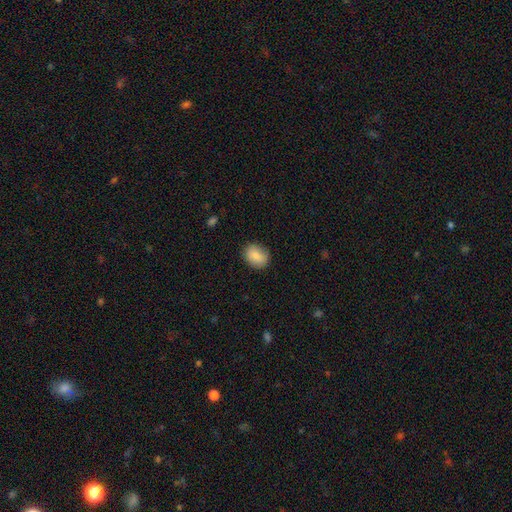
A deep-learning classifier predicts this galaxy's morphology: Smooth or featured: smooth — 87% (star or artifact — 7%)
How rounded: in between — 59% (round — 40%)
Merging: none — 85% (minor disturbance — 12%)